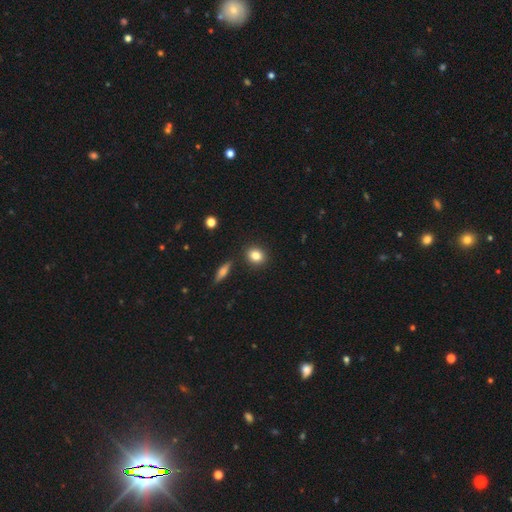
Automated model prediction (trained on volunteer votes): A smooth galaxy with no disk features (83%) that is round (60%). Merging: none (88%).